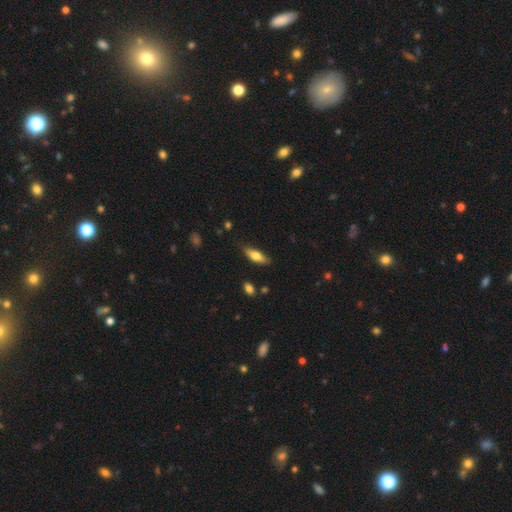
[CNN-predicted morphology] Smooth or featured? Predicted: smooth (p=0.67). How rounded? Predicted: in between (p=0.57). Merging? Predicted: none (p=0.77).